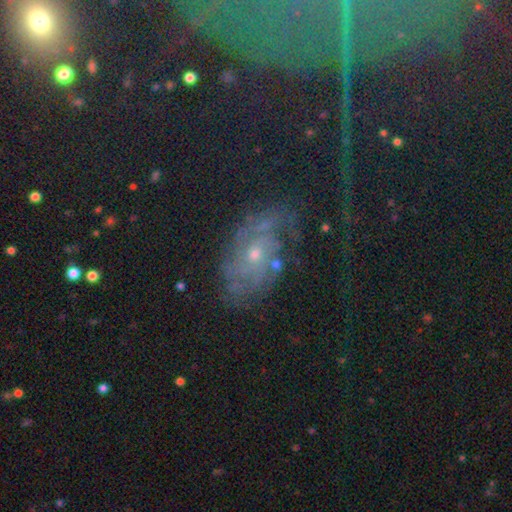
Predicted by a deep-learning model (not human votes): The model was most divided on "smooth or featured": featured or disk: 51%, star or artifact: 32%, smooth: 17%. More confident: edge-on disk — no (93%); merging — none (68%).